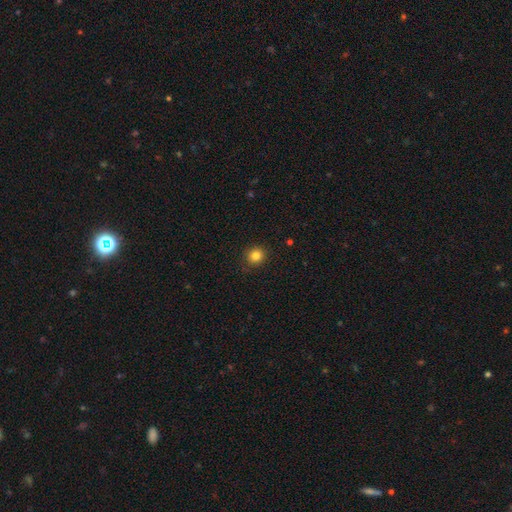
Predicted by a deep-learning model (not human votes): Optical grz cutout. It shows a smooth galaxy with no disk features (83%) that is round (89%). Merging: none (88%).